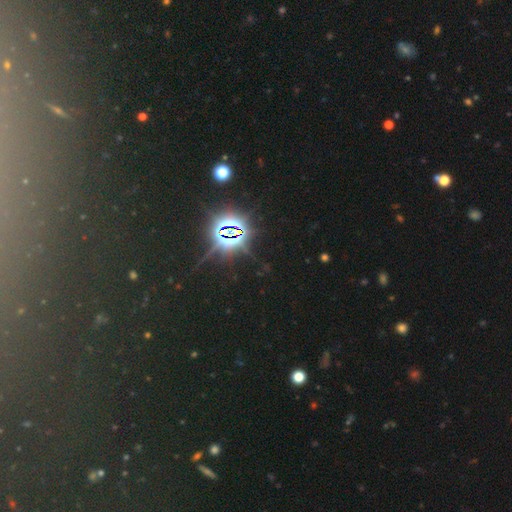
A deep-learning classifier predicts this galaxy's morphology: A star or artifact, not a galaxy (75%).

Vote fractions:
- Smooth or featured? star or artifact: 75% / smooth: 14% / featured or disk: 11%